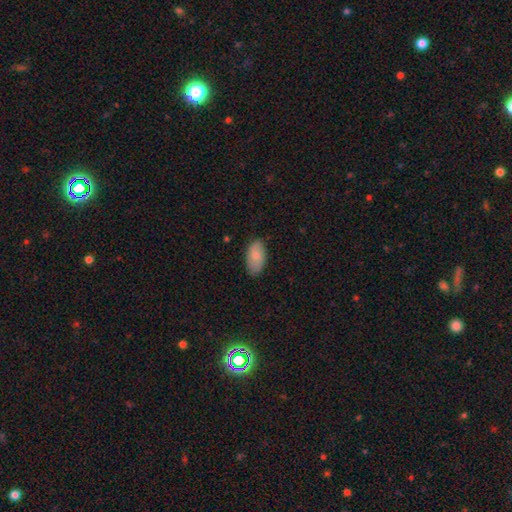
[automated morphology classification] A smooth galaxy with no disk features (78%) that is in between round and cigar-shaped (94%).

Vote fractions:
- Smooth or featured? smooth: 78% / featured or disk: 16% / star or artifact: 6%
- How rounded? in between: 94% / round: 3% / cigar-shaped: 3%
- Merging? none: 78% / minor disturbance: 18% / major disturbance: 3% / merger: 1%